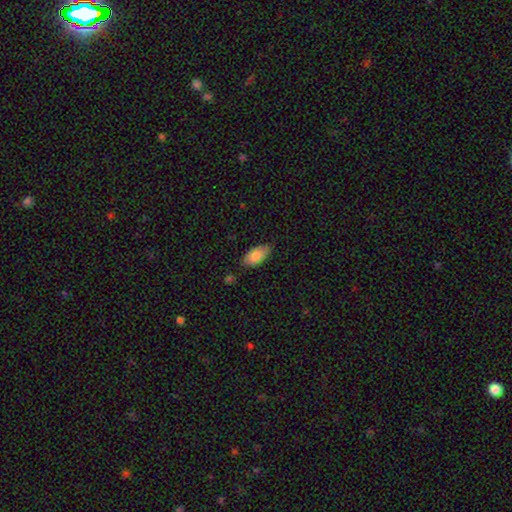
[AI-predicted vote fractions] Smooth or featured? smooth (86%)
How rounded? in between (92%)
Merging? none (76%)